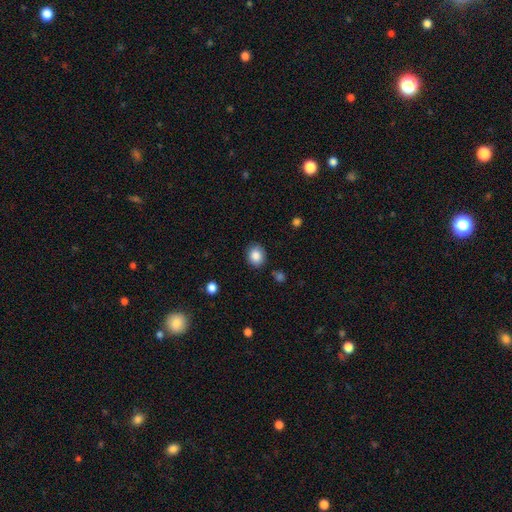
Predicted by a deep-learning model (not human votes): Overall: smooth (86%). How rounded: round (64%; in between 35%). Merging: none (84%).